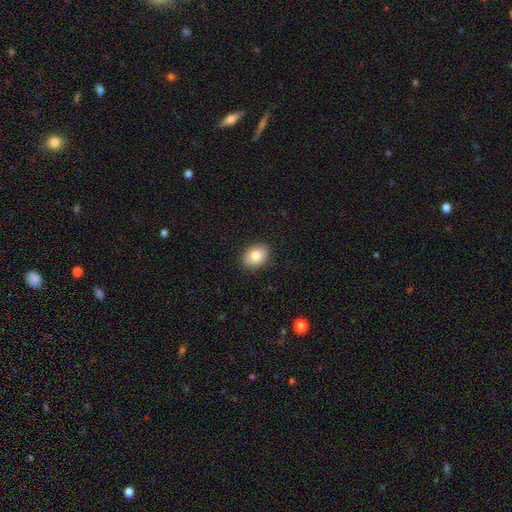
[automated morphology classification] A smooth galaxy with no disk features (82%) that is in between round and cigar-shaped (71%).

Vote fractions:
- Smooth or featured? smooth: 82% / featured or disk: 10% / star or artifact: 8%
- How rounded? in between: 71% / round: 28% / cigar-shaped: 1%
- Merging? none: 89% / minor disturbance: 8% / major disturbance: 2% / merger: 1%